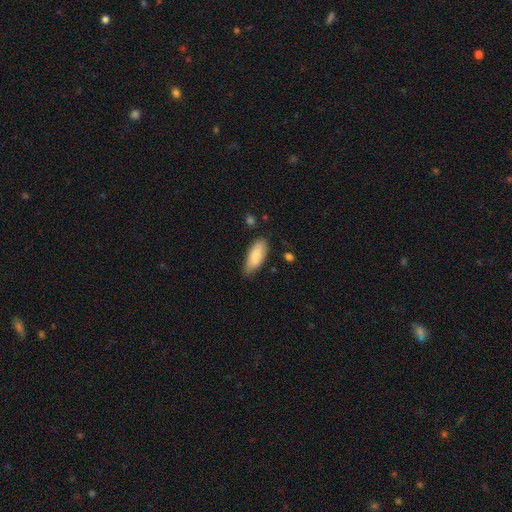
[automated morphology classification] type=smooth (83%); roundness=in between (78%); merging=none (73%).